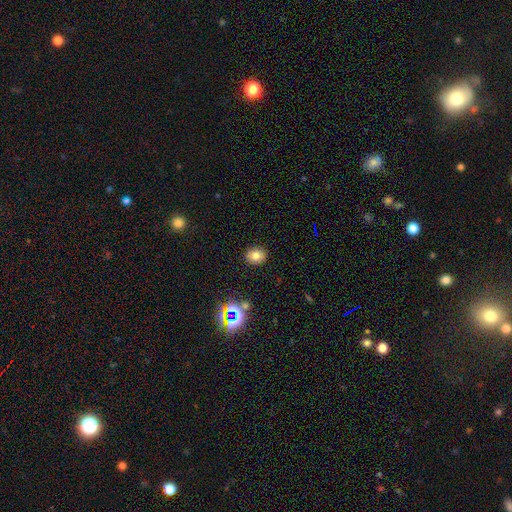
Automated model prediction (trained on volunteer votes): smooth_or_featured: smooth (p=0.75) [alt: star or artifact p=0.15]
how_rounded: round (p=0.67) [alt: in between p=0.32]
merging: none (p=0.89) [alt: minor disturbance p=0.07]